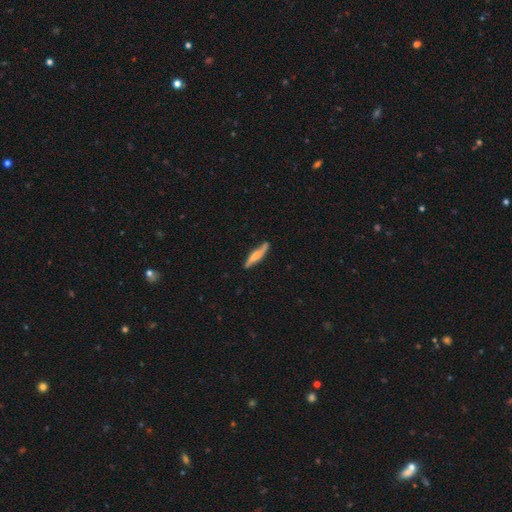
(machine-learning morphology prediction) This is possibly a smooth galaxy (48%). Merging: likely none (78%).